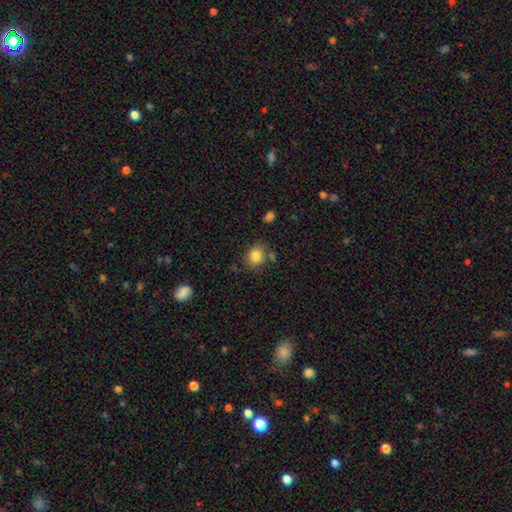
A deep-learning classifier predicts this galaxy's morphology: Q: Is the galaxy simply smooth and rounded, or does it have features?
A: smooth — 84%.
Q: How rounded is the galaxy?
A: round — 69%.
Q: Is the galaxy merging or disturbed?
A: none — 77%.